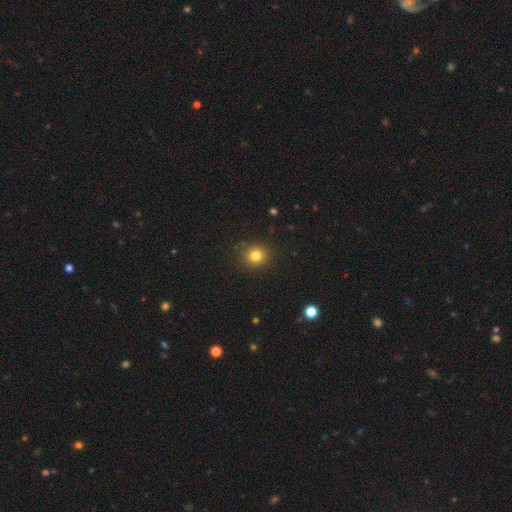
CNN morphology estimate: Q: Smooth or featured?
A: smooth (81%); runner-up: star or artifact (13%)
Q: How rounded?
A: round (87%); runner-up: in between (12%)
Q: Merging?
A: none (89%); runner-up: minor disturbance (8%)